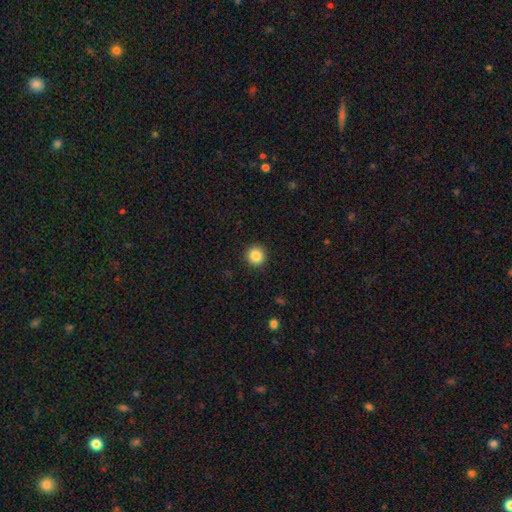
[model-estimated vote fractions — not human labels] This appears to be a smooth galaxy with no disk features (87%) that is round (94%). Merging: none (92%).